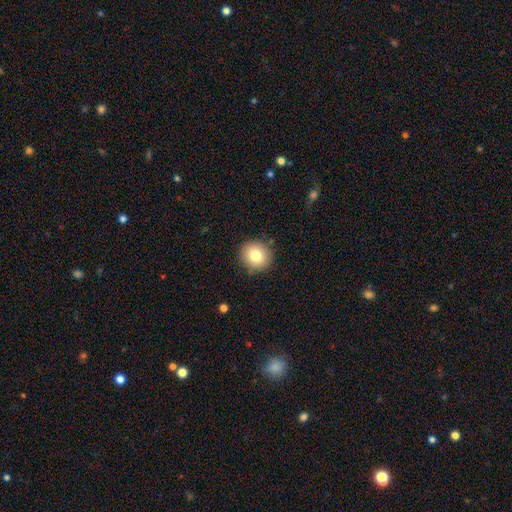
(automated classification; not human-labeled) Smooth or featured? smooth (80%)
How rounded? round (89%)
Merging? none (88%)